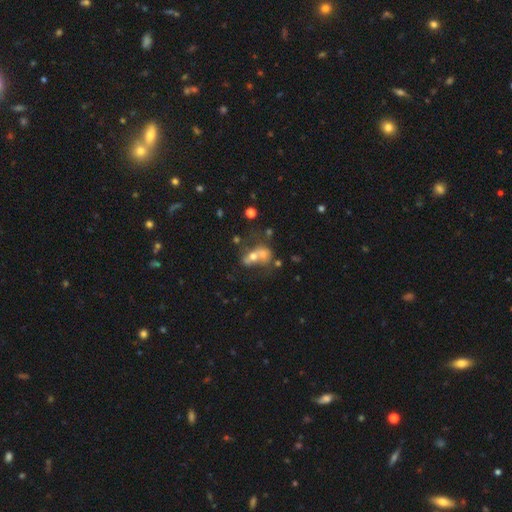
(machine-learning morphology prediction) Smooth or featured? Predicted: smooth (p=0.56). How rounded? Predicted: in between (p=0.52). Merging? Predicted: merger (p=0.67).